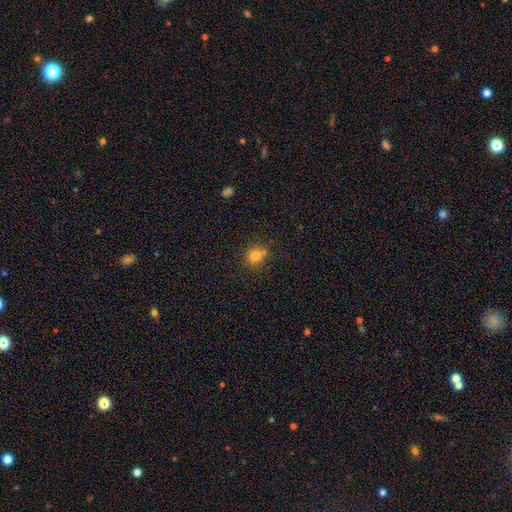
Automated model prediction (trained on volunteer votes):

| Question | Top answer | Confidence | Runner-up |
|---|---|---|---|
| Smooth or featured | smooth | 80% | star or artifact (13%) |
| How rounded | round | 89% | in between (10%) |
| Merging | none | 74% | merger (12%) |